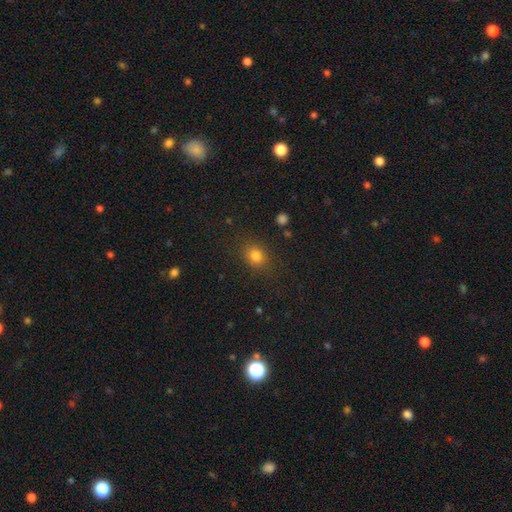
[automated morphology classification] smooth-or-featured: smooth: 81% | star or artifact: 13% | featured or disk: 6%
  how-rounded: round: 52% | in between: 47% | cigar-shaped: 1%
  merging: none: 85% | minor disturbance: 10% | major disturbance: 4% | merger: 2%